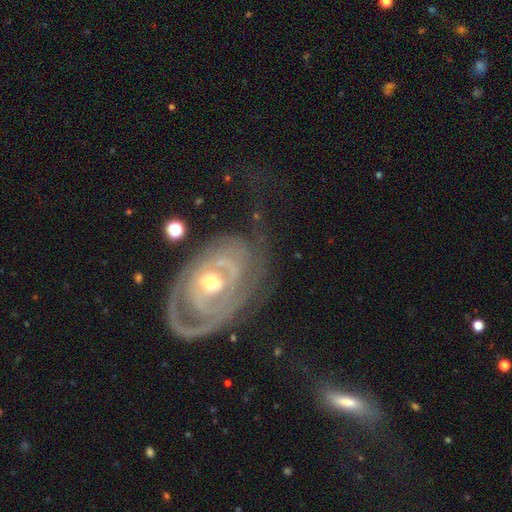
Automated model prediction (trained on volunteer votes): A featured or disk galaxy (85%) with no bar (71%), 2 (35%) tight (66%) spiral arms (83%) and a moderate central bulge (64%). Merging: none (53%).